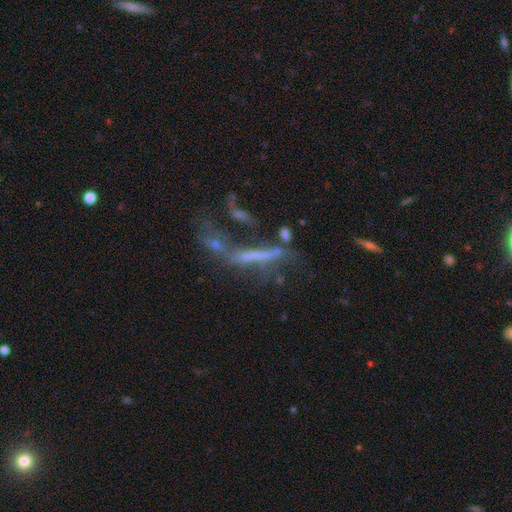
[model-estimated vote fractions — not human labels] Smooth or featured? featured or disk (51%)
Edge-on disk? no (58%)
Merging? merger (33%)